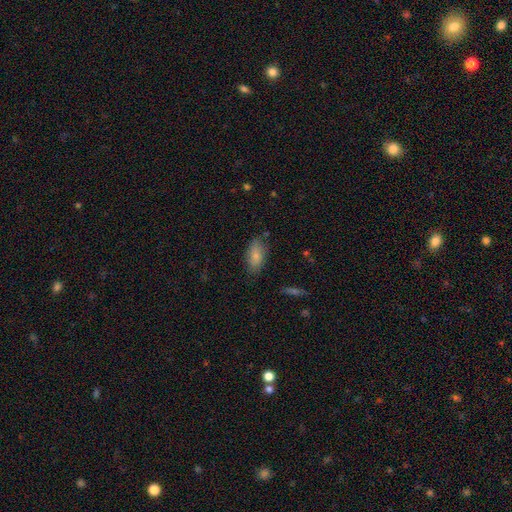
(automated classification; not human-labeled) smooth 79%, featured or disk 14%, star or artifact 7%. Down the decision tree: how rounded — in between (89%); merging — none (75%).